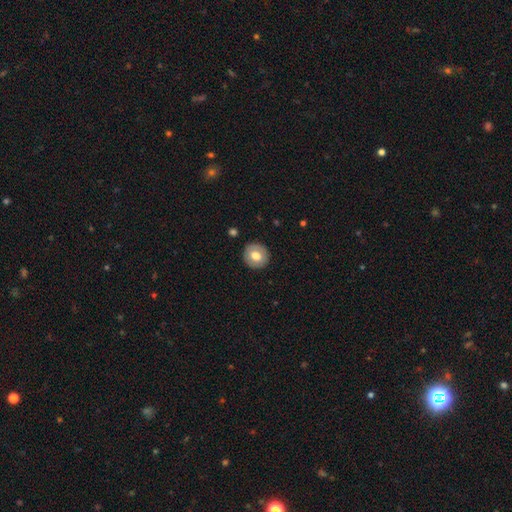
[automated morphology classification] Overall: smooth (72%). How rounded: round (89%). Merging: none (89%).